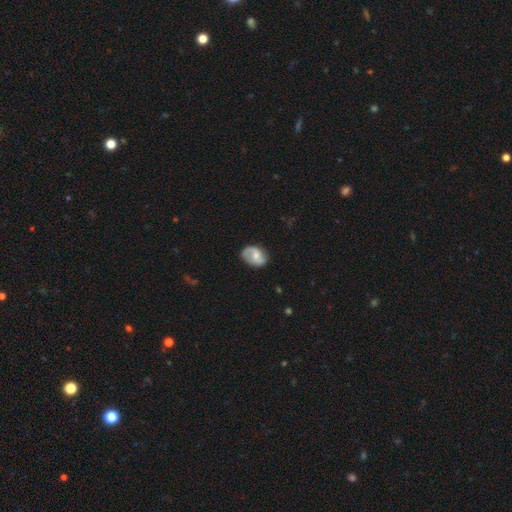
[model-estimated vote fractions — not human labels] Overall: featured or disk (66%; smooth 28%). Edge-on disk: no (97%). Bar: no (49%; weak 41%). Spiral arms: yes (89%). Spiral arm count: 2 (80%). Spiral winding: medium (41%, tied with loose). Bulge size: moderate (49%; small 40%). Merging: none (72%).